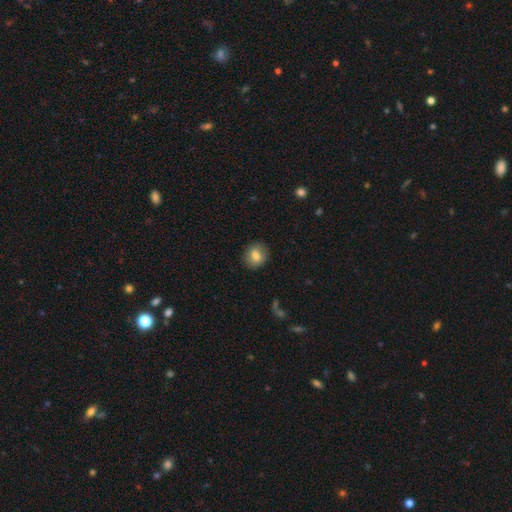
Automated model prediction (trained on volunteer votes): Q: Smooth or featured?
A: smooth (78%); runner-up: featured or disk (13%)
Q: How rounded?
A: round (72%); runner-up: in between (27%)
Q: Merging?
A: none (87%); runner-up: minor disturbance (9%)